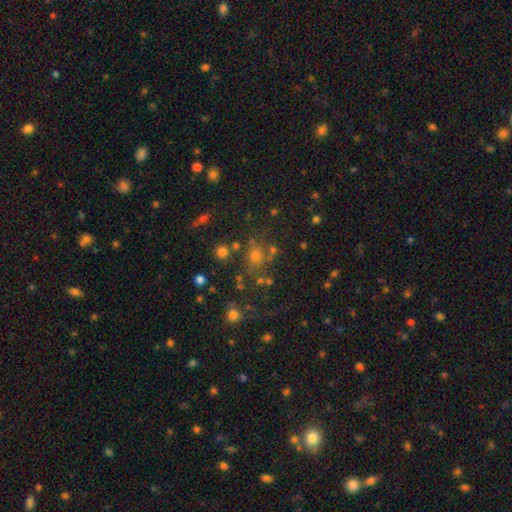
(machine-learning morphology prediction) smooth-or-featured: smooth: 56% | star or artifact: 32% | featured or disk: 12%
  how-rounded: round: 80% | in between: 19% | cigar-shaped: 1%
  merging: none: 66% | merger: 15% | minor disturbance: 12% | major disturbance: 7%